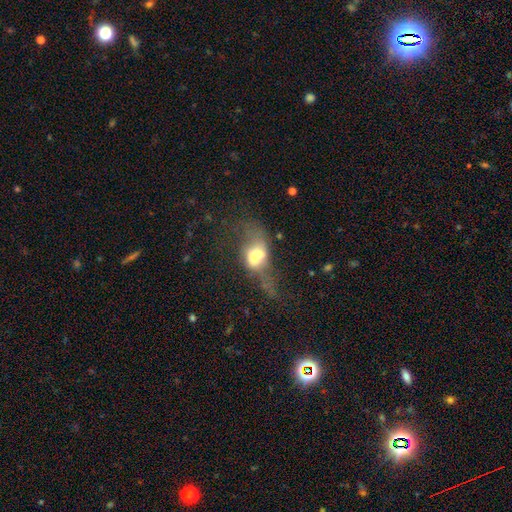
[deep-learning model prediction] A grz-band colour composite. It shows a smooth galaxy with no disk features (46%). Merging: merger (47%).